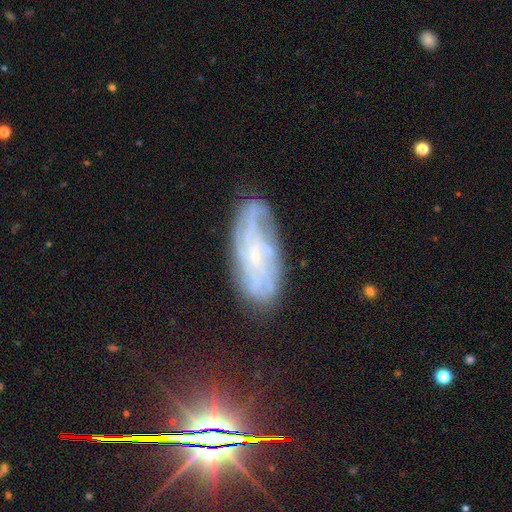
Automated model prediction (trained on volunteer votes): This appears to be a featured or disk galaxy (73%) with no bar (64%), tight (56%) spiral arms (89%) and a small central bulge (81%). Merging: none (72%).